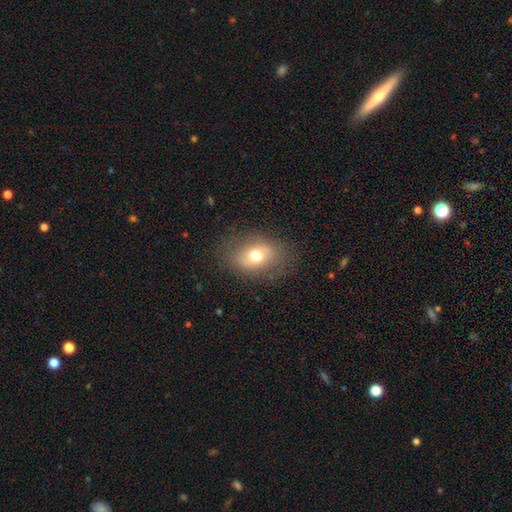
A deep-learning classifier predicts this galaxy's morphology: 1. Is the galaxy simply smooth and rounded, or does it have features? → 64% smooth, 26% featured or disk, 10% star or artifact.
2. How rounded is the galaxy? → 68% in between, 30% round, 1% cigar-shaped.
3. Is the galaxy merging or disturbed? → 80% none, 13% minor disturbance, 5% major disturbance, 1% merger.